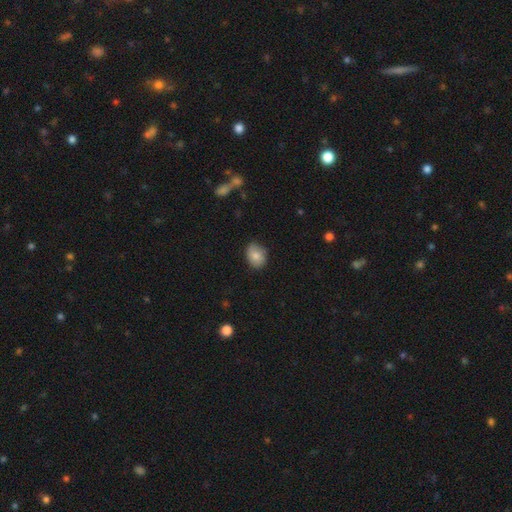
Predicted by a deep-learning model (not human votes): smooth-or-featured: smooth: 78% | featured or disk: 13% | star or artifact: 8%
  how-rounded: in between: 58% | round: 41% | cigar-shaped: 1%
  merging: none: 78% | minor disturbance: 18% | major disturbance: 3% | merger: 1%